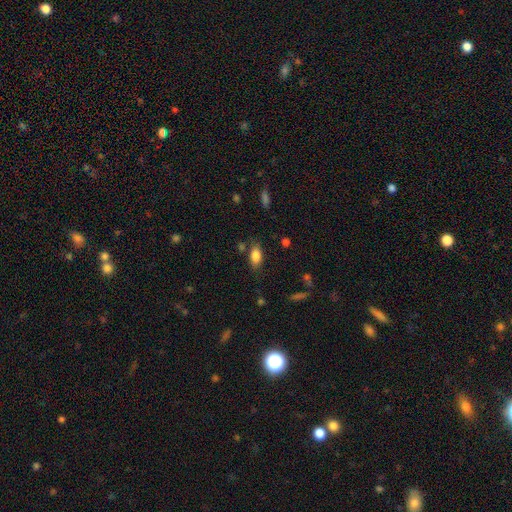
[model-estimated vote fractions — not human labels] Overall: smooth (84%). How rounded: in between (88%). Merging: none (77%).